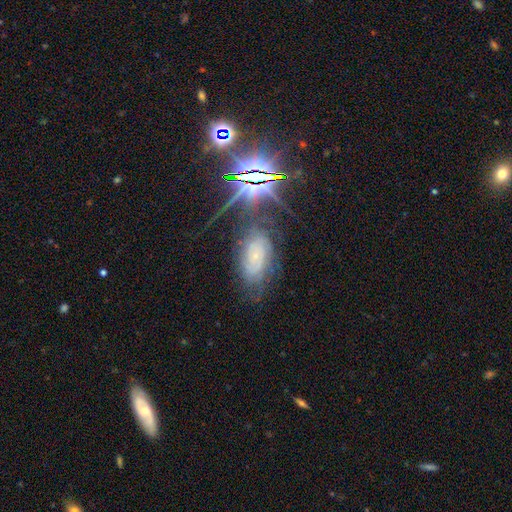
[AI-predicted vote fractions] Smooth or featured: featured or disk — 52% (star or artifact — 26%)
Edge-on disk: no — 91% (yes — 9%)
Merging: none — 64% (minor disturbance — 21%)